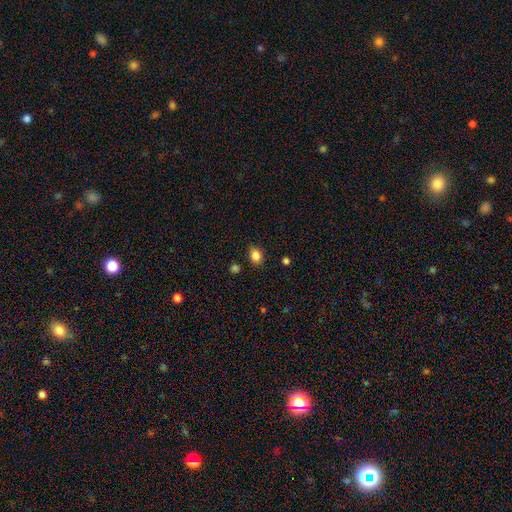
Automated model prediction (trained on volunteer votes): smooth 84%, star or artifact 11%, featured or disk 4%. Down the decision tree: how rounded — in between (50%); merging — none (82%).